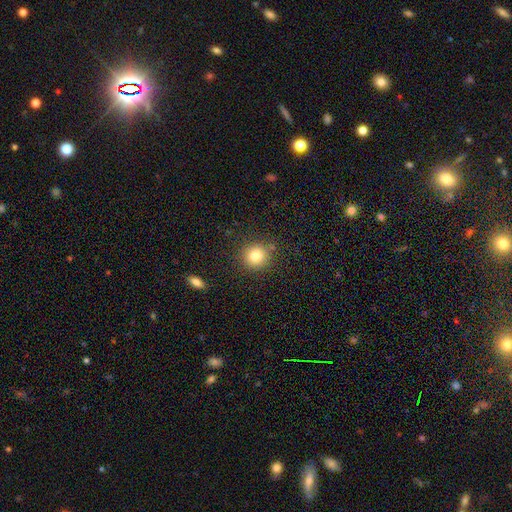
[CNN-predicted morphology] Smooth or featured? smooth (81%)
How rounded? round (91%)
Merging? none (86%)